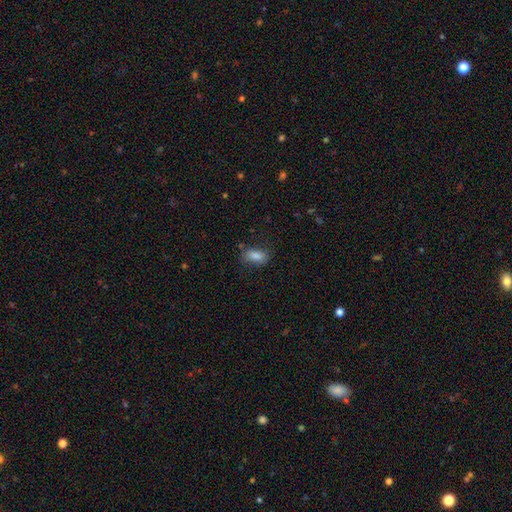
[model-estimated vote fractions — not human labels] This appears to be a smooth galaxy with no disk features (83%) that is in between round and cigar-shaped (87%). Merging: none (71%).